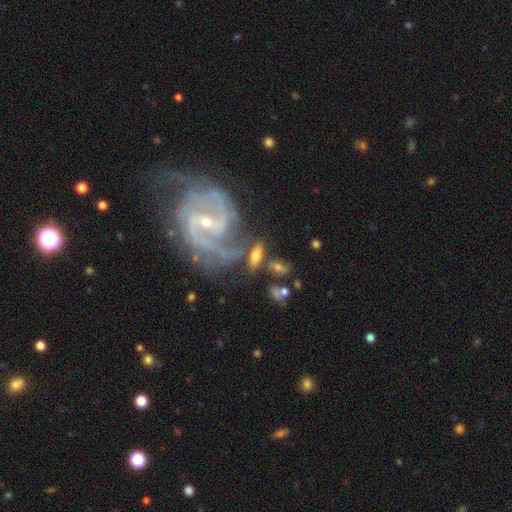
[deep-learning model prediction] This is possibly a featured or disk galaxy (49%). Merging: possibly none (55%).